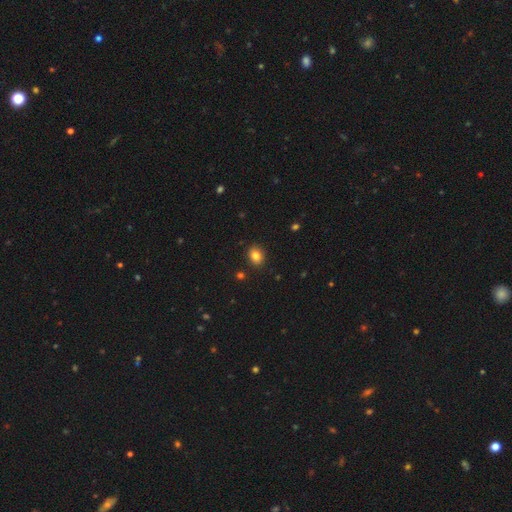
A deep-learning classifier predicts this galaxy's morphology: smooth_or_featured: smooth (p=0.83) [alt: star or artifact p=0.11]
how_rounded: in between (p=0.54) [alt: round p=0.45]
merging: none (p=0.89) [alt: minor disturbance p=0.08]